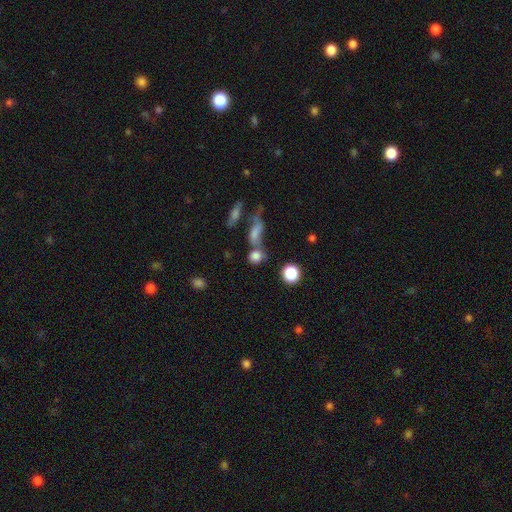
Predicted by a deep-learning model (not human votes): A smooth galaxy with no disk features (77%) that is round (70%).

Vote fractions:
- Smooth or featured? smooth: 77% / star or artifact: 14% / featured or disk: 9%
- How rounded? round: 70% / in between: 25% / cigar-shaped: 4%
- Merging? none: 48% / merger: 34% / minor disturbance: 11% / major disturbance: 7%